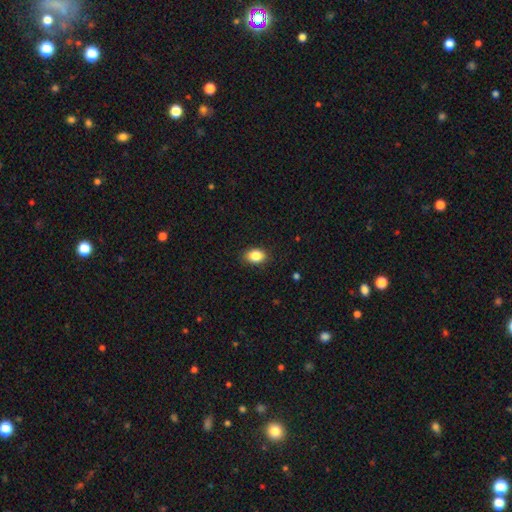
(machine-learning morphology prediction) The model was most divided on "how rounded": in between: 74%, round: 25%, cigar-shaped: 1%. More confident: merging — none (86%); smooth or featured — smooth (86%).